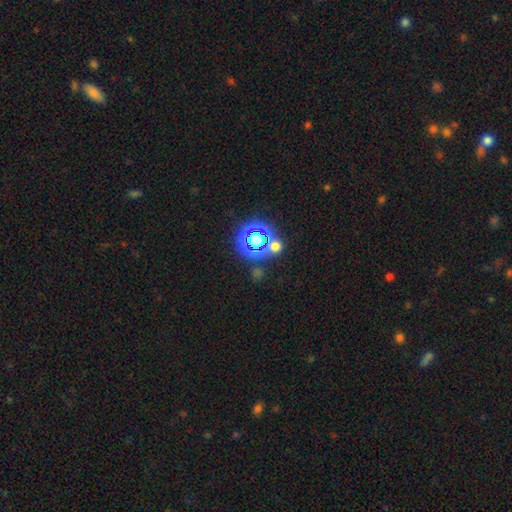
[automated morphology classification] This is likely a star or artifact rather than a galaxy (72%).